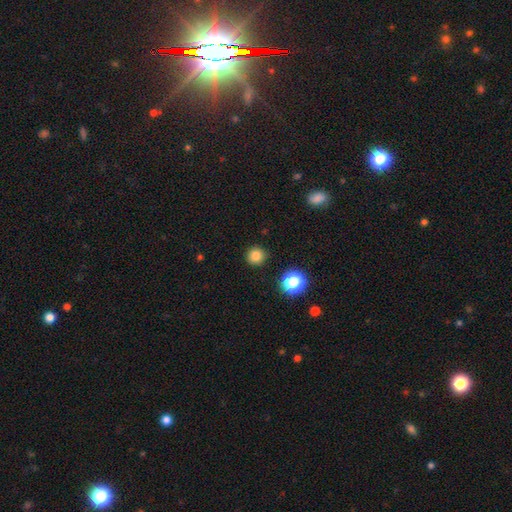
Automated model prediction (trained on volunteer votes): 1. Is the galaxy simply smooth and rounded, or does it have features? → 81% smooth, 14% star or artifact, 5% featured or disk.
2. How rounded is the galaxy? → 94% round, 5% in between, 1% cigar-shaped.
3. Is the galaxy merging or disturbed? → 91% none, 6% minor disturbance, 2% major disturbance, 1% merger.